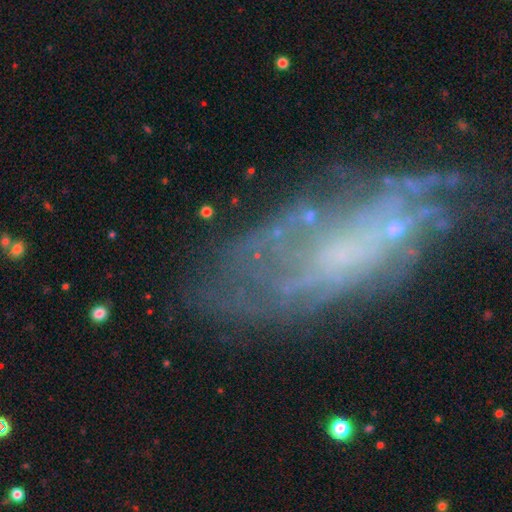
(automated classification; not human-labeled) A featured or disk galaxy (56%) with no bar (74%), spiral arms (56%) and a small central bulge (41%). Merging: none (55%).